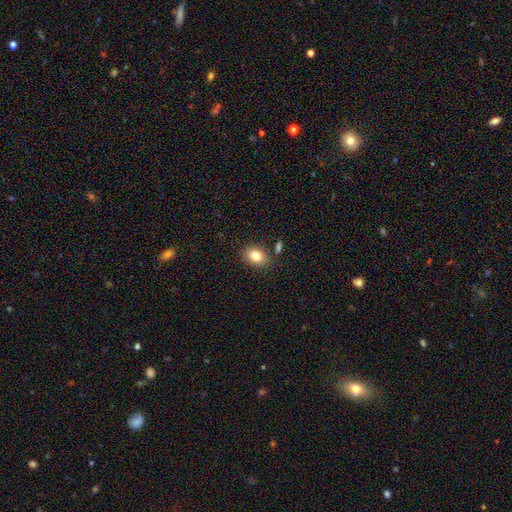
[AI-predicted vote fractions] Q: Smooth or featured?
A: smooth (80%); runner-up: star or artifact (10%)
Q: How rounded?
A: in between (63%); runner-up: round (36%)
Q: Merging?
A: none (80%); runner-up: minor disturbance (12%)